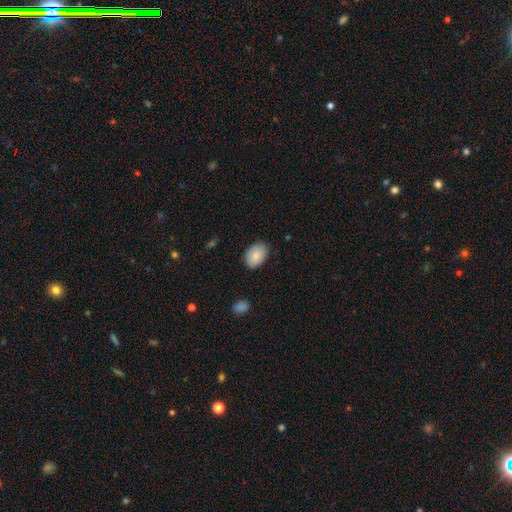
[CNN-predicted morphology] Smooth or featured? Predicted: smooth (p=0.86). How rounded? Predicted: in between (p=0.83). Merging? Predicted: none (p=0.84).